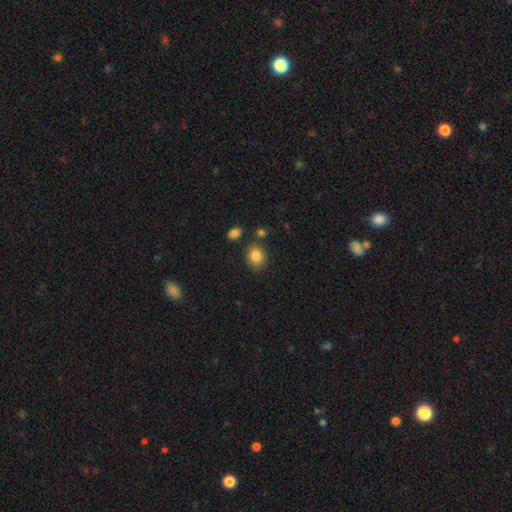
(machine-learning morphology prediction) smooth 84%, star or artifact 9%, featured or disk 7%. Down the decision tree: how rounded — round (55%); merging — none (79%).